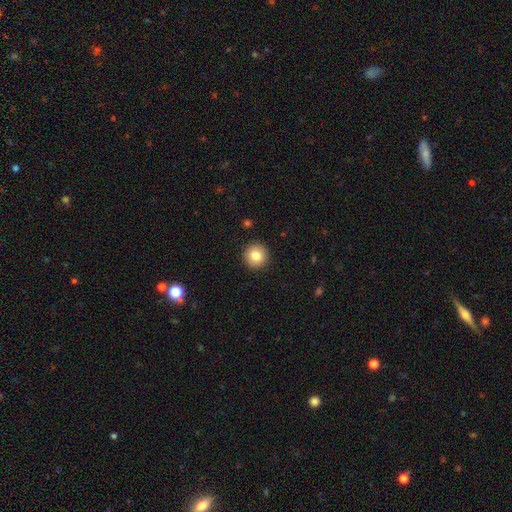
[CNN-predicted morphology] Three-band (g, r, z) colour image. It shows a smooth galaxy with no disk features (83%) that is round (94%). Merging: none (92%).